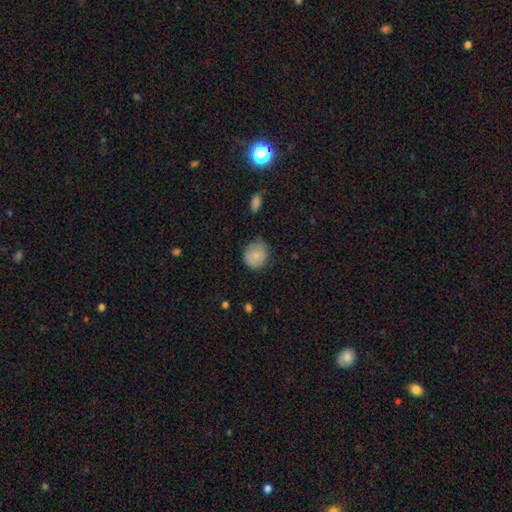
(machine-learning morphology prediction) Smooth or featured? smooth (83%)
How rounded? round (82%)
Merging? none (70%)